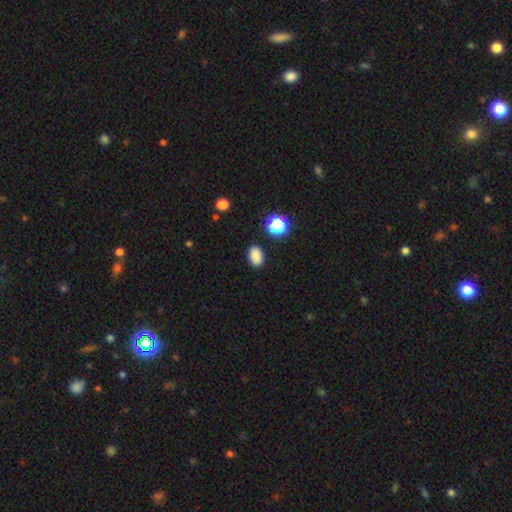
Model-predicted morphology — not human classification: Smooth or featured?
  - smooth: 84% *
  - star or artifact: 12%
  - featured or disk: 4%
How rounded?
  - in between: 83% *
  - round: 16%
  - cigar-shaped: 1%
Merging?
  - none: 87% *
  - minor disturbance: 9%
  - major disturbance: 2%
  - merger: 2%